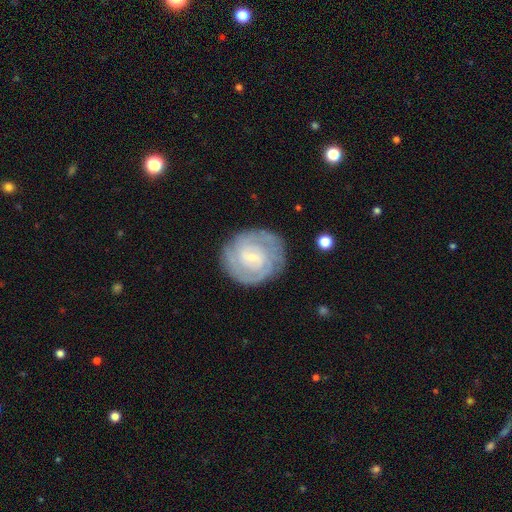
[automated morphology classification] This appears to be a featured or disk galaxy (74%) with a weak bar (45%), 2 (52%) tight (68%) spiral arms (91%) and a small central bulge (60%). Merging: none (80%).